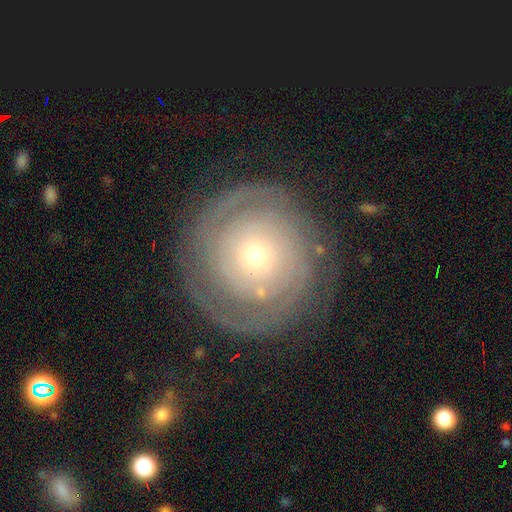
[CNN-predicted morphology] Smooth or featured?
  - featured or disk: 73% *
  - smooth: 20%
  - star or artifact: 7%
Edge-on disk?
  - no: 97% *
  - yes: 3%
Bar?
  - no: 86% *
  - weak: 11%
  - strong: 4%
Spiral arms?
  - yes: 83% *
  - no: 17%
Spiral winding?
  - tight: 81% *
  - medium: 14%
  - loose: 5%
Spiral arm count?
  - can't tell: 38% *
  - 2: 30%
  - 3: 12%
  - 4: 8%
  - 1: 7%
  - more than 4: 6%
Bulge size?
  - small: 72% *
  - moderate: 23%
  - large: 3%
  - dominant: 1%
  - none: 1%
Merging?
  - none: 81% *
  - minor disturbance: 12%
  - major disturbance: 6%
  - merger: 2%